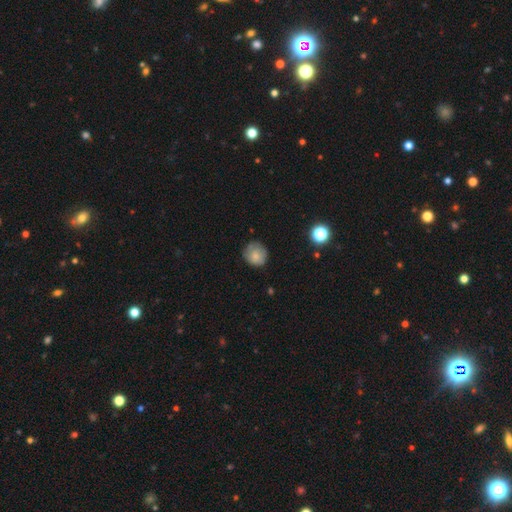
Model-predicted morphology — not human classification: smooth-or-featured: smooth: 78% | featured or disk: 13% | star or artifact: 9%
  how-rounded: round: 86% | in between: 13% | cigar-shaped: 1%
  merging: none: 74% | minor disturbance: 21% | major disturbance: 5% | merger: 1%